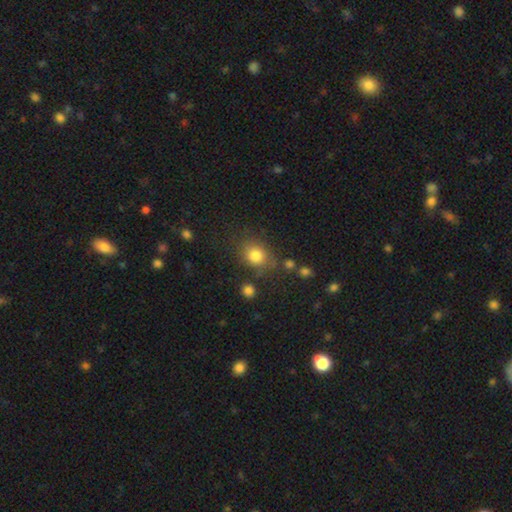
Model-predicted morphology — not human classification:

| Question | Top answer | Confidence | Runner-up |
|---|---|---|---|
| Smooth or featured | smooth | 81% | star or artifact (11%) |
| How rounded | round | 59% | in between (40%) |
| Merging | none | 71% | minor disturbance (17%) |